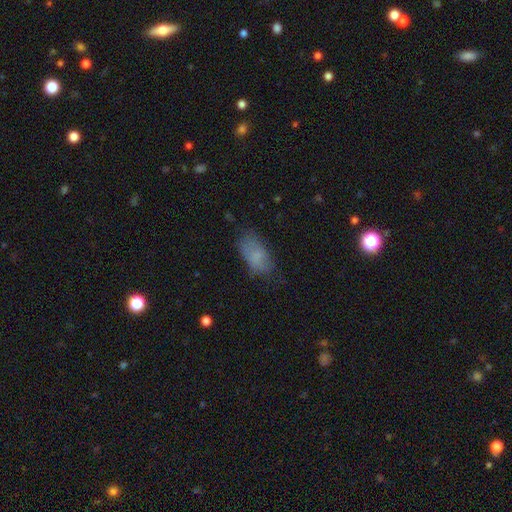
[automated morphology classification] Overall: smooth (77%). How rounded: in between (92%). Merging: none (66%).